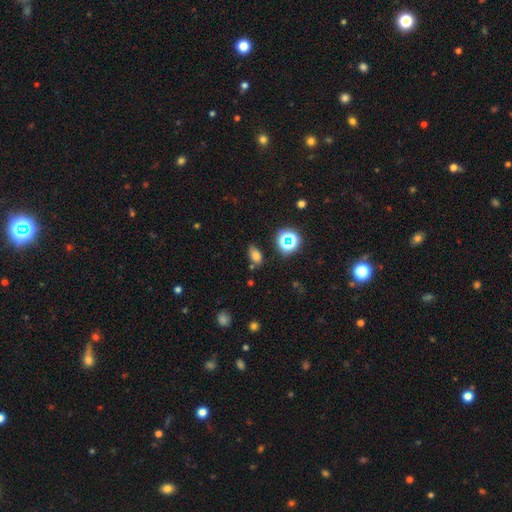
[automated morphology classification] This appears to be a smooth galaxy with no disk features (70%) that is in between round and cigar-shaped (84%). Merging: none (74%).